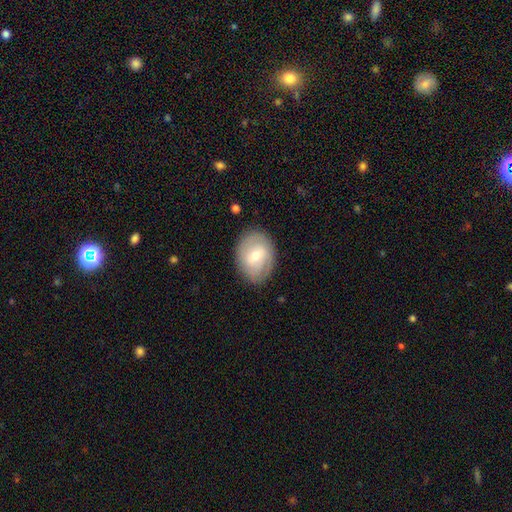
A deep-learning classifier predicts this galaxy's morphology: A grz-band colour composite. It shows a smooth galaxy with no disk features (47%). Merging: none (83%).